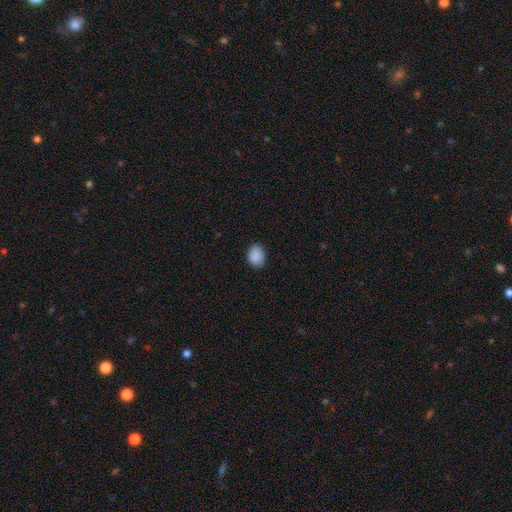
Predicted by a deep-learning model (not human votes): This appears to be a smooth galaxy with no disk features (90%) that is in between round and cigar-shaped (71%). Merging: none (83%).